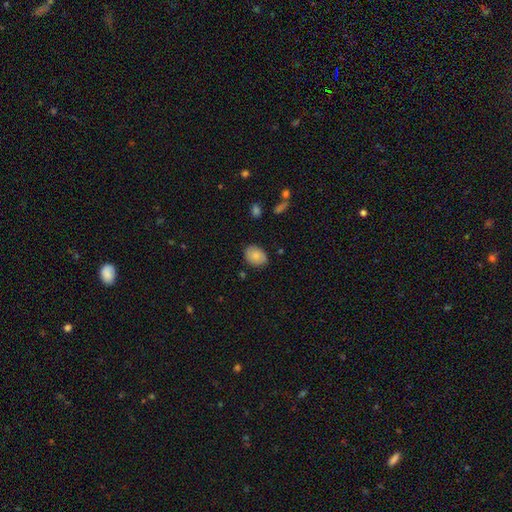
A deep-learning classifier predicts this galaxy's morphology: Q: Smooth or featured?
A: smooth (83%); runner-up: featured or disk (10%)
Q: How rounded?
A: in between (67%); runner-up: round (32%)
Q: Merging?
A: none (81%); runner-up: minor disturbance (15%)